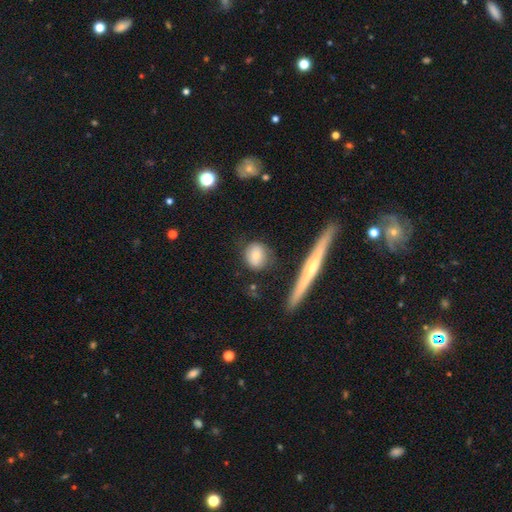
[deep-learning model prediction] This appears to be a smooth galaxy with no disk features (73%) that is round (69%). Merging: none (76%).